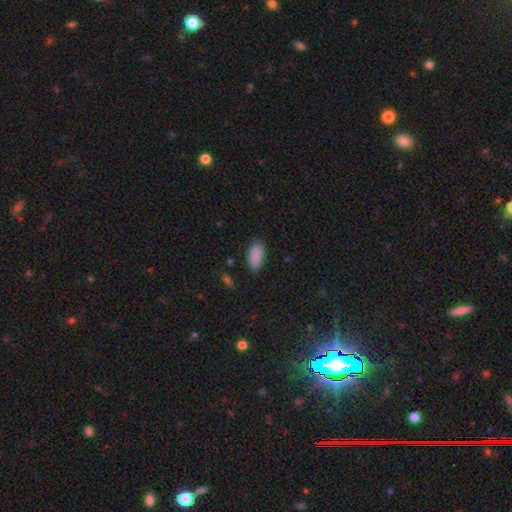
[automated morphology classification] This appears to be a smooth galaxy with no disk features (89%) that is in between round and cigar-shaped (93%). Merging: none (85%).